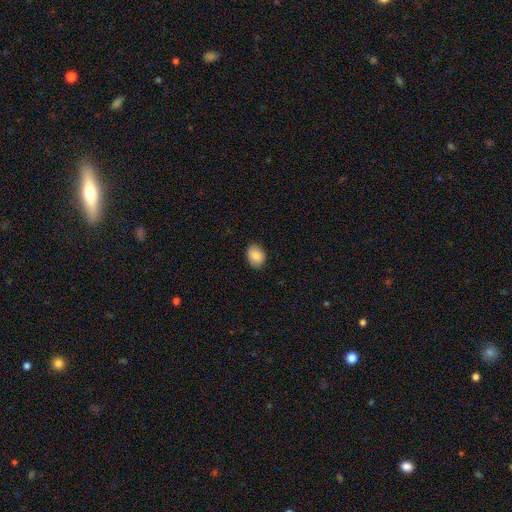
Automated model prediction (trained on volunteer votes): smooth 84%, featured or disk 8%, star or artifact 7%. Down the decision tree: how rounded — in between (71%); merging — none (86%).